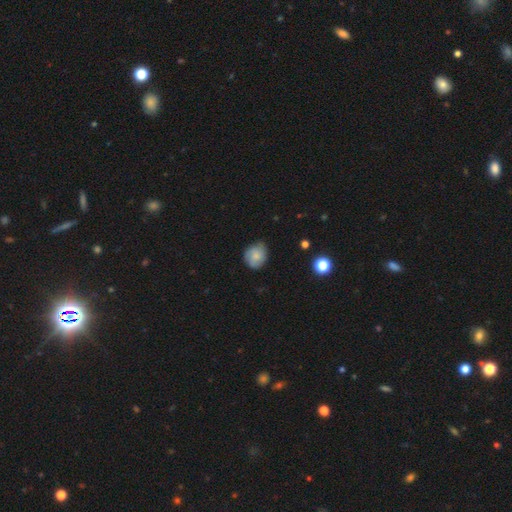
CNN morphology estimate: A smooth galaxy with no disk features (71%) that is round (71%).

Vote fractions:
- Smooth or featured? smooth: 71% / featured or disk: 21% / star or artifact: 8%
- How rounded? round: 71% / in between: 28% / cigar-shaped: 1%
- Merging? none: 69% / minor disturbance: 25% / major disturbance: 4% / merger: 1%